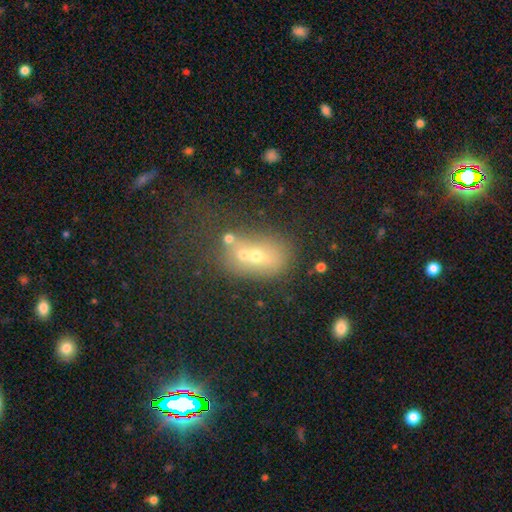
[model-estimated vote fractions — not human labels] Morphology: type=smooth (53%); roundness=in between (61%); merging=merger (51%).